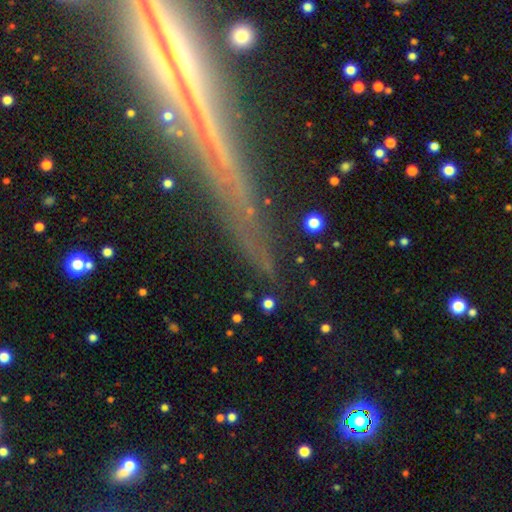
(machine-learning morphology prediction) smooth-or-featured: star or artifact: 55% | featured or disk: 32% | smooth: 13%